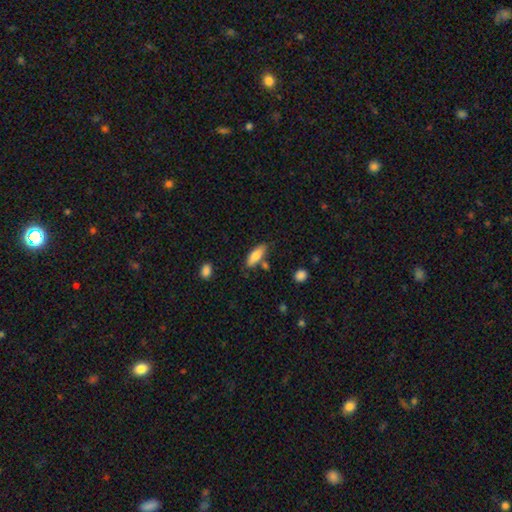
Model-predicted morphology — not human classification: smooth 78%, featured or disk 15%, star or artifact 6%. Down the decision tree: how rounded — in between (59%); merging — none (72%).